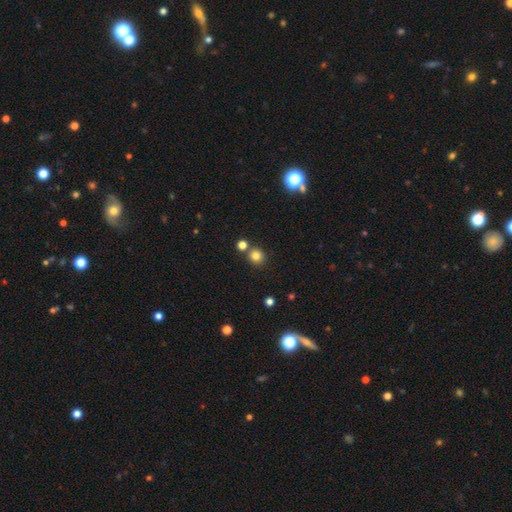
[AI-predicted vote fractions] A smooth galaxy with no disk features (81%) that is round (89%). Merging: none (76%).